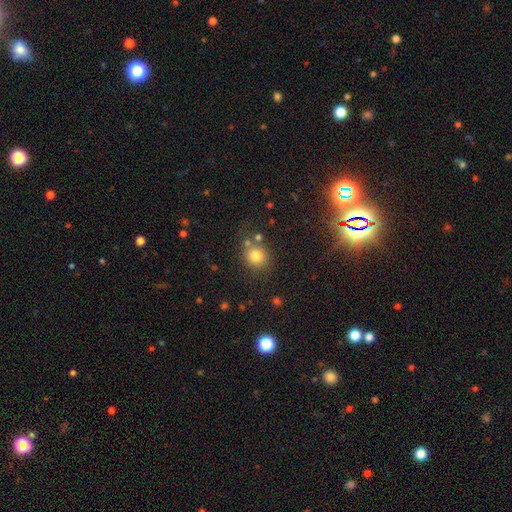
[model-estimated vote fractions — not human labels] This appears to be a smooth galaxy with no disk features (79%) that is round (83%). Merging: none (69%).